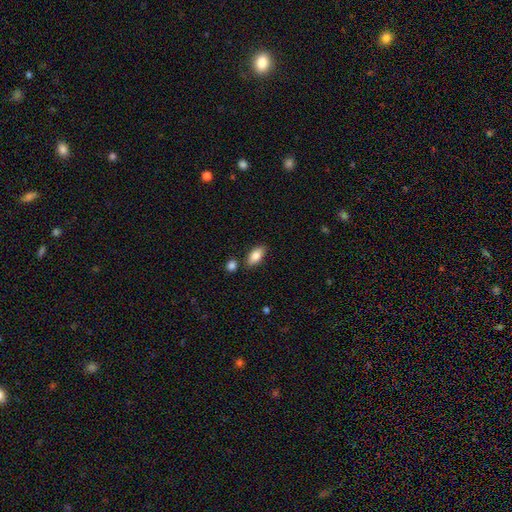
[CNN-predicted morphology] A smooth galaxy with no disk features (84%) that is in between round and cigar-shaped (90%). Merging: none (81%).